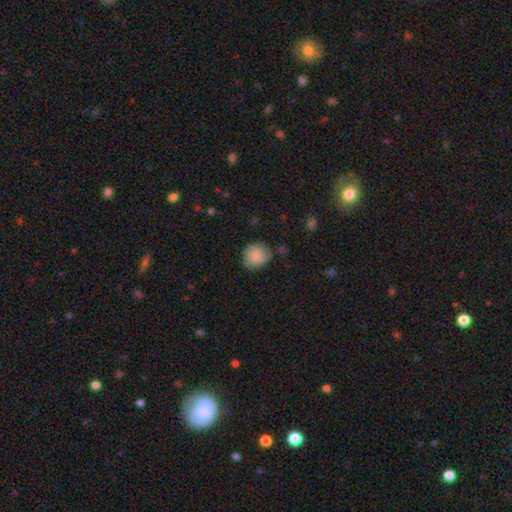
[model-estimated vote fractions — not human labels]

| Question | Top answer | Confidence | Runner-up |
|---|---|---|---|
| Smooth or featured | smooth | 86% | featured or disk (7%) |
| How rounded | round | 85% | in between (14%) |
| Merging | none | 73% | minor disturbance (20%) |